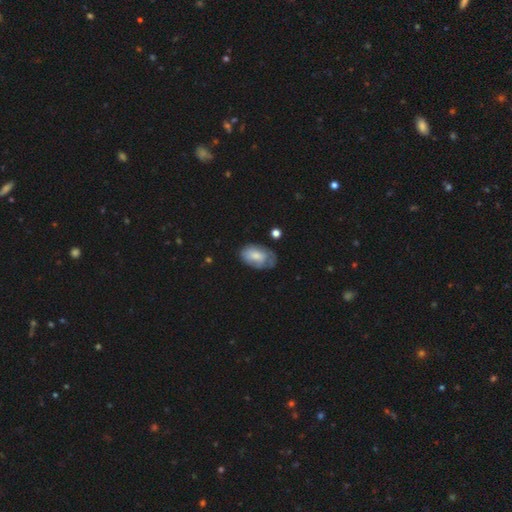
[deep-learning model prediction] A smooth galaxy with no disk features (65%) that is in between round and cigar-shaped (89%). Merging: none (50%).